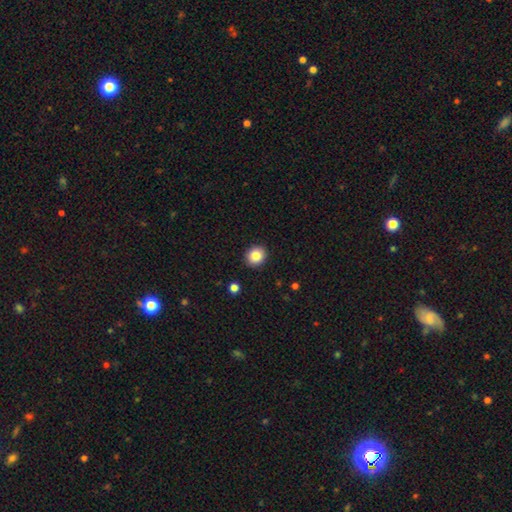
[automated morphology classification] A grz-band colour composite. It shows a smooth galaxy with no disk features (85%) that is round (79%). Merging: none (91%).